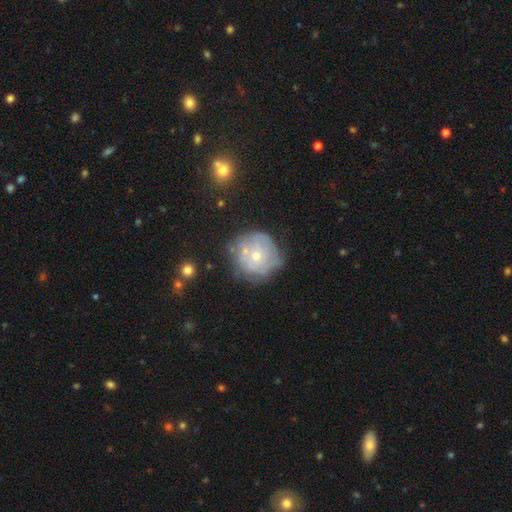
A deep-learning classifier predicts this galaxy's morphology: A featured or disk galaxy (59%) with no bar (87%), spiral arms (52%) and a small central bulge (61%).

Vote fractions:
- Smooth or featured? featured or disk: 59% / smooth: 32% / star or artifact: 8%
- Edge-on disk? no: 97% / yes: 3%
- Bar? no: 87% / weak: 11% / strong: 2%
- Spiral arms? yes: 52% / no: 48%
- Bulge size? small: 61% / moderate: 34% / large: 2% / none: 2% / dominant: 1%
- Merging? none: 56% / minor disturbance: 24% / major disturbance: 12% / merger: 8%